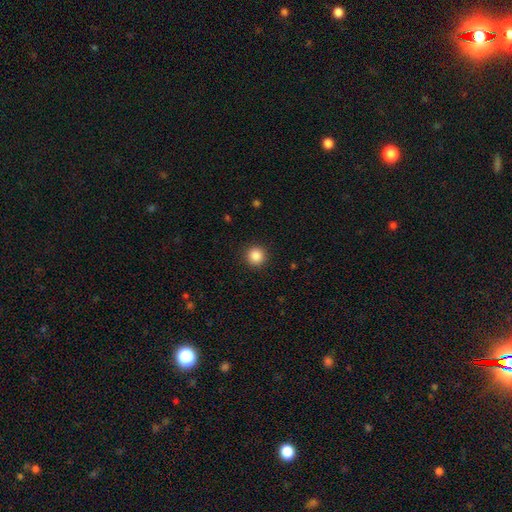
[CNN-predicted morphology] smooth 87%, star or artifact 10%, featured or disk 3%. Down the decision tree: how rounded — round (95%); merging — none (92%).